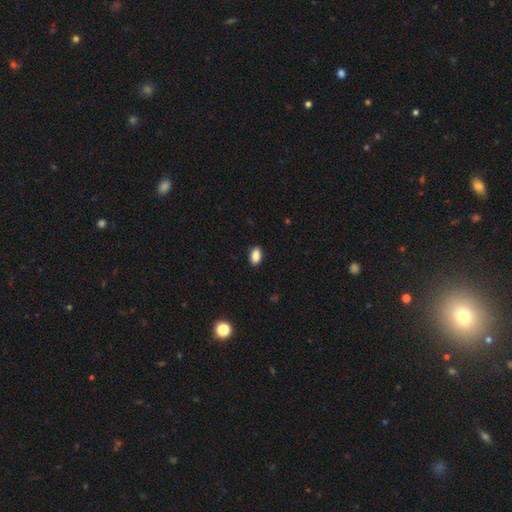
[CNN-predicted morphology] Overall: smooth (88%). How rounded: in between (91%). Merging: none (89%).